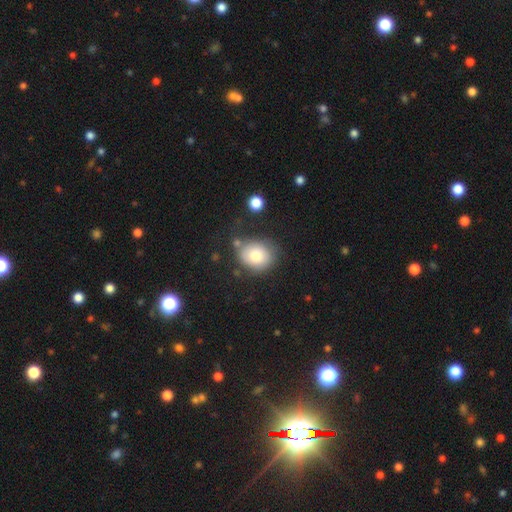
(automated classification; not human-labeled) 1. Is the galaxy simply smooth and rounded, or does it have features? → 78% smooth, 13% featured or disk, 9% star or artifact.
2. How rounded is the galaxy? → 56% round, 44% in between, 1% cigar-shaped.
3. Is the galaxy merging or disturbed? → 67% none, 19% minor disturbance, 7% merger, 7% major disturbance.